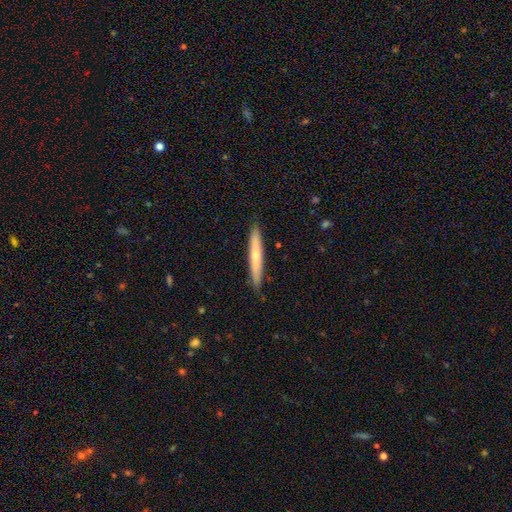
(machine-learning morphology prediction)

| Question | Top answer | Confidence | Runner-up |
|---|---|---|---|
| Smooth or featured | smooth | 56% | featured or disk (38%) |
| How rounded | cigar-shaped | 95% | in between (4%) |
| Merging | none | 90% | minor disturbance (8%) |